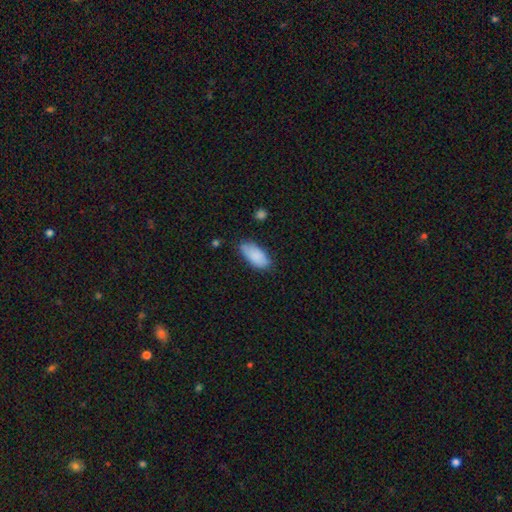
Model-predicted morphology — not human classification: Overall: smooth (87%). How rounded: in between (90%). Merging: none (68%).